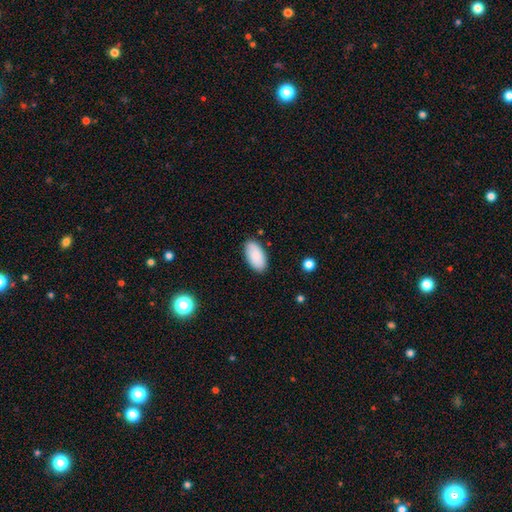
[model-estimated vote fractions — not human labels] Smooth or featured: smooth — 88% (star or artifact — 6%)
How rounded: in between — 96% (cigar-shaped — 3%)
Merging: none — 87% (minor disturbance — 10%)